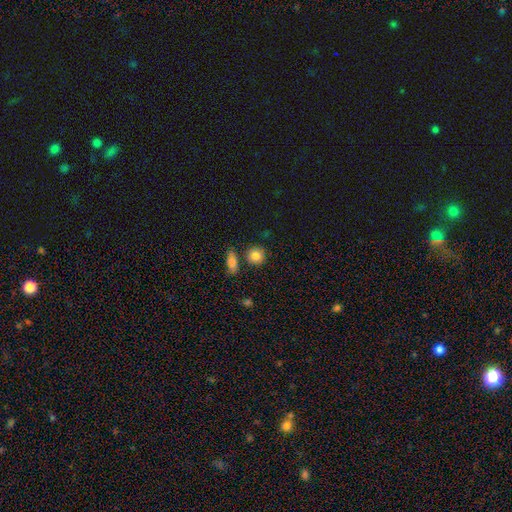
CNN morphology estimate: smooth 84%, star or artifact 9%, featured or disk 7%. Down the decision tree: how rounded — round (85%); merging — none (79%).